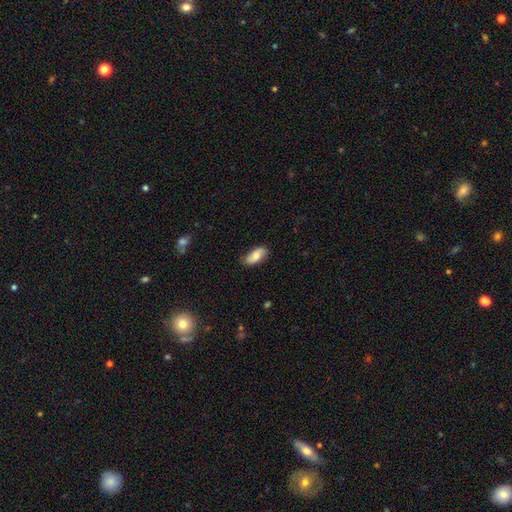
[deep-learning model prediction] smooth-or-featured: smooth: 71% | featured or disk: 22% | star or artifact: 7%
  how-rounded: in between: 87% | cigar-shaped: 10% | round: 3%
  merging: none: 77% | minor disturbance: 19% | major disturbance: 3% | merger: 1%